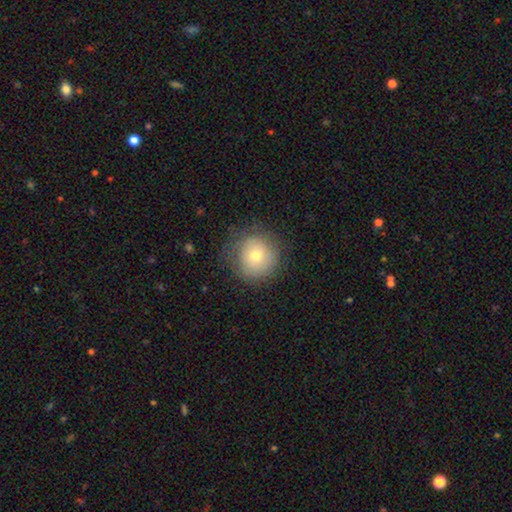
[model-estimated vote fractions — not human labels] smooth-or-featured: smooth: 70% | featured or disk: 18% | star or artifact: 11%
  how-rounded: round: 93% | in between: 6% | cigar-shaped: 1%
  merging: none: 78% | minor disturbance: 15% | major disturbance: 6% | merger: 1%